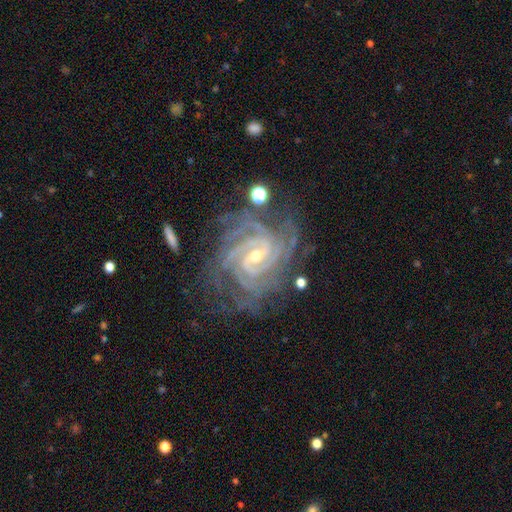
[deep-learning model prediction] featured or disk 92%, star or artifact 5%, smooth 2%. Down the decision tree: edge-on disk — no (97%); bar — weak (46%); spiral arms — yes (99%); spiral arm count — 4 (34%); spiral winding — tight (77%); bulge size — small (58%); merging — none (71%).